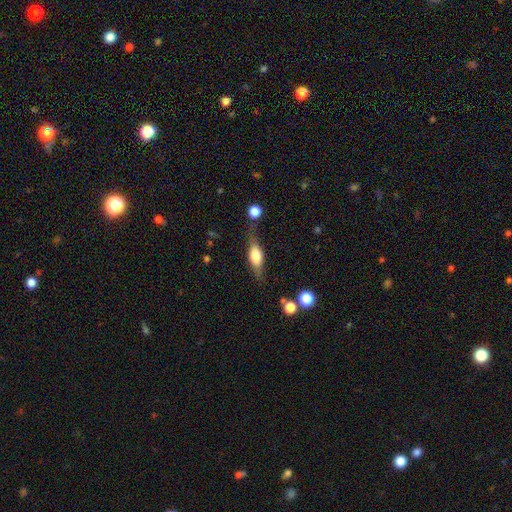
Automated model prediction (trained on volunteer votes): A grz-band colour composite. It shows a smooth galaxy with no disk features (55%) that is in between round and cigar-shaped (63%). Merging: none (66%).